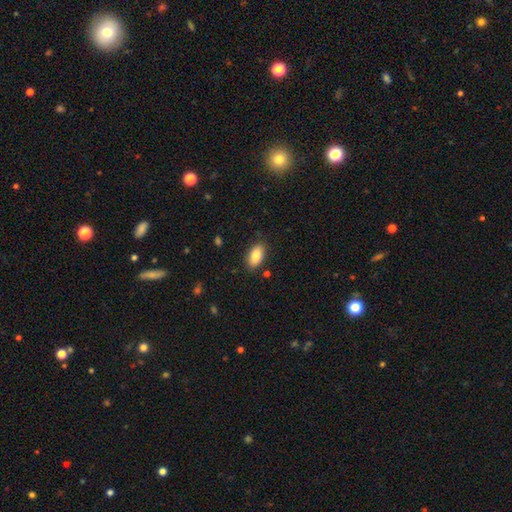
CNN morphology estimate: Overall: smooth (84%). How rounded: in between (93%). Merging: none (85%).